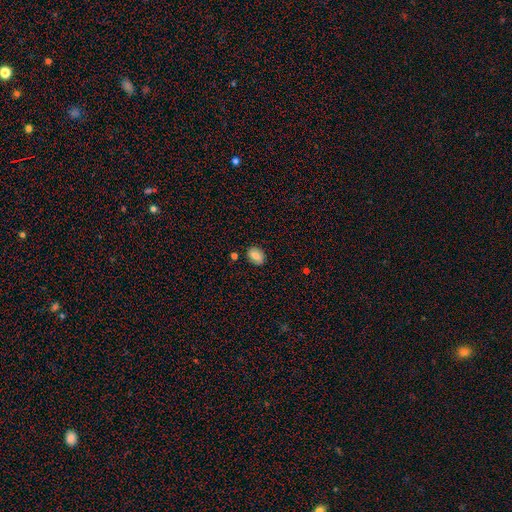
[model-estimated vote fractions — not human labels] A smooth galaxy with no disk features (79%) that is in between round and cigar-shaped (71%).

Vote fractions:
- Smooth or featured? smooth: 79% / featured or disk: 12% / star or artifact: 9%
- How rounded? in between: 71% / round: 27% / cigar-shaped: 1%
- Merging? none: 83% / minor disturbance: 12% / merger: 3% / major disturbance: 2%